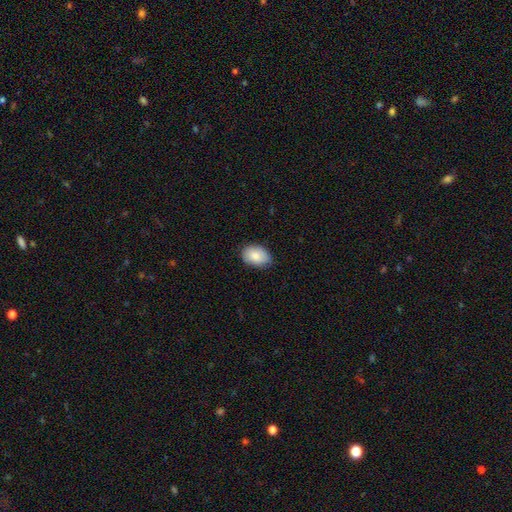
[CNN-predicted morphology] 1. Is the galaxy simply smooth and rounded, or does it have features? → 86% smooth, 7% featured or disk, 6% star or artifact.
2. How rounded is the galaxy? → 85% in between, 14% round, 1% cigar-shaped.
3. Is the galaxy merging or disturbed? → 76% none, 20% minor disturbance, 3% major disturbance, 1% merger.